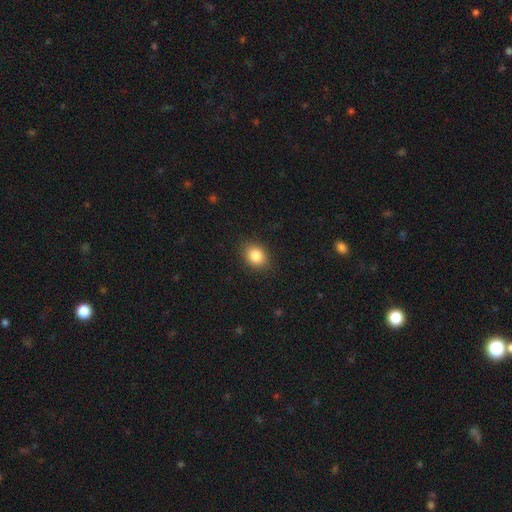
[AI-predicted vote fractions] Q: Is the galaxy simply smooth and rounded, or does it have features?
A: smooth — 85%.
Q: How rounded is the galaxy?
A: in between — 58%.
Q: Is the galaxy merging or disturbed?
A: none — 88%.